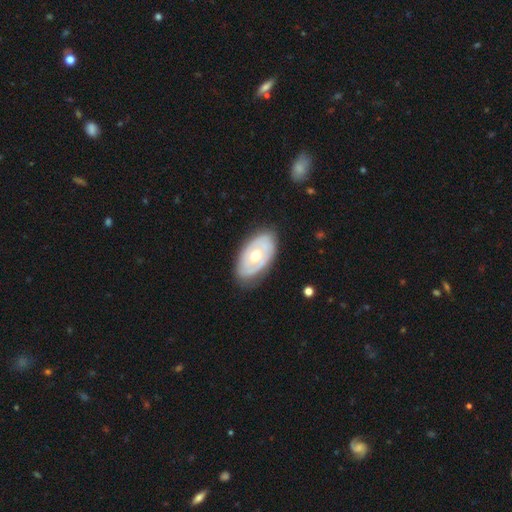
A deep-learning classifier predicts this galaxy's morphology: A featured or disk galaxy (62%) with no bar (87%), no spiral arms (64%) and a moderate central bulge (77%). Merging: none (79%).